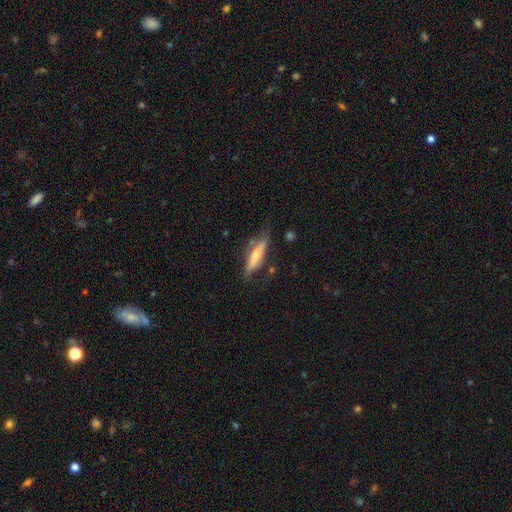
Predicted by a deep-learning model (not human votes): A smooth galaxy with no disk features (50%) that is cigar-shaped (71%). Merging: none (58%).